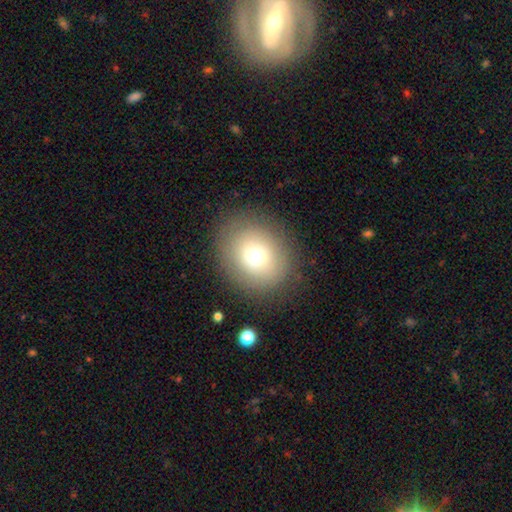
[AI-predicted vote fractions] A smooth galaxy with no disk features (69%) that is round (70%). Merging: none (84%).